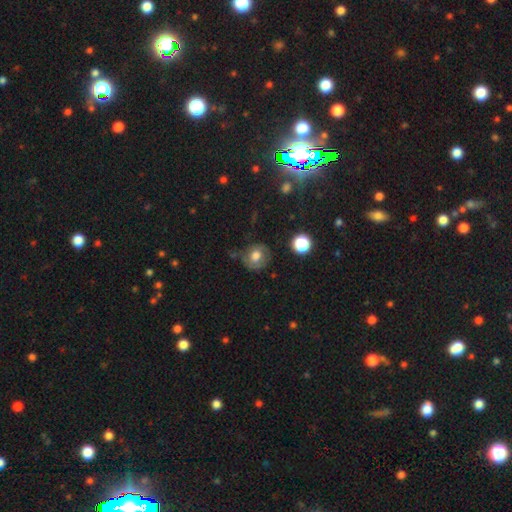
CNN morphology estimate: Smooth or featured?
  - smooth: 62% *
  - featured or disk: 26%
  - star or artifact: 12%
How rounded?
  - round: 80% *
  - in between: 19%
  - cigar-shaped: 1%
Merging?
  - none: 61% *
  - minor disturbance: 24%
  - major disturbance: 12%
  - merger: 3%